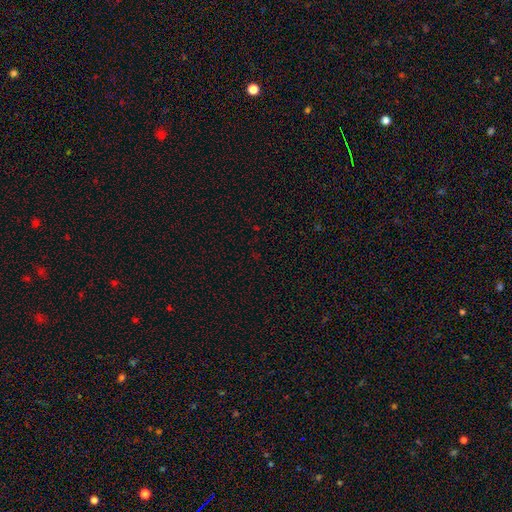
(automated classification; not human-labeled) Smooth or featured: star or artifact — 67% (smooth — 26%)